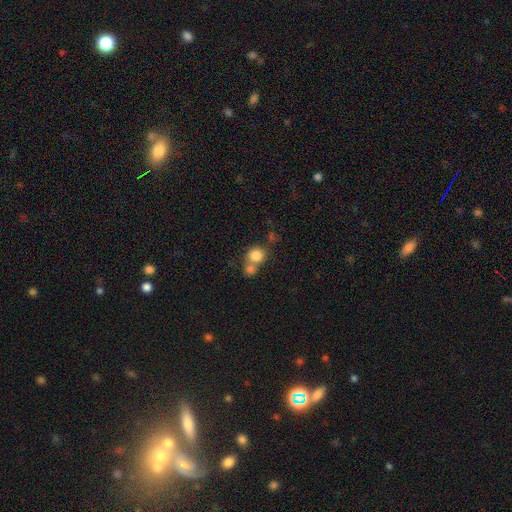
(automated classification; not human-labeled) Smooth or featured?
  - smooth: 82% *
  - star or artifact: 10%
  - featured or disk: 8%
How rounded?
  - round: 81% *
  - in between: 18%
  - cigar-shaped: 1%
Merging?
  - merger: 47% *
  - none: 42%
  - minor disturbance: 7%
  - major disturbance: 3%